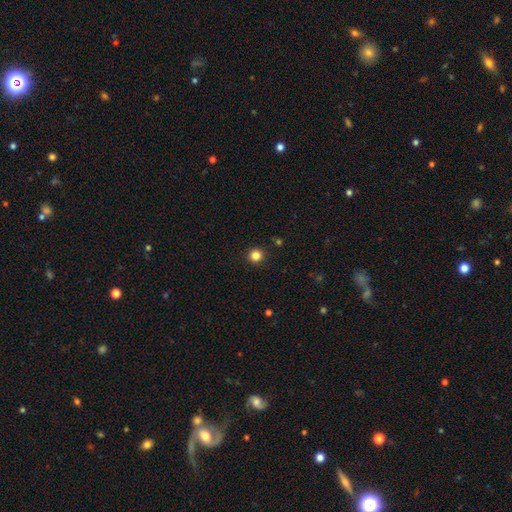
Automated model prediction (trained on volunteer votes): The model was most divided on "smooth or featured": smooth: 83%, star or artifact: 13%, featured or disk: 4%. More confident: how rounded — round (94%); merging — none (92%).